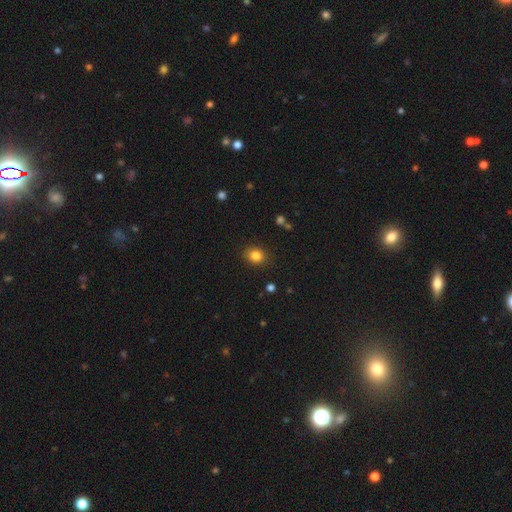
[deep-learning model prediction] A smooth galaxy with no disk features (84%) that is round (61%). Merging: none (88%).